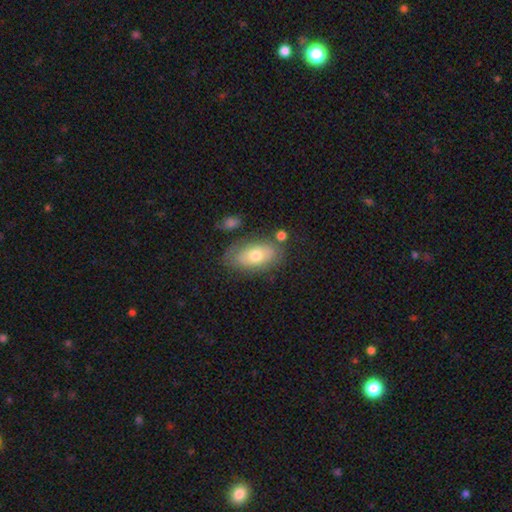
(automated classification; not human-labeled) smooth_or_featured: smooth (p=0.62) [alt: featured or disk p=0.30]
how_rounded: in between (p=0.91) [alt: round p=0.06]
merging: none (p=0.69) [alt: minor disturbance p=0.18]